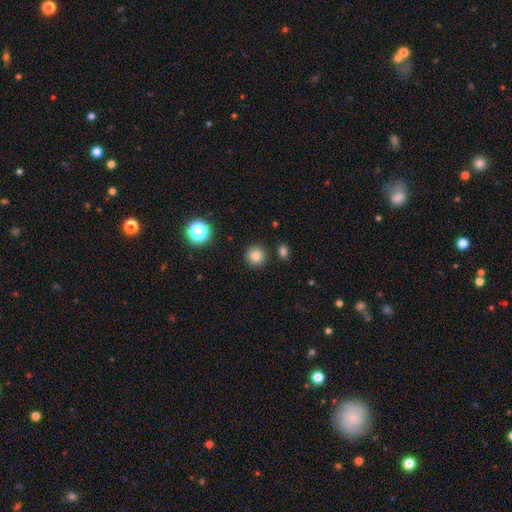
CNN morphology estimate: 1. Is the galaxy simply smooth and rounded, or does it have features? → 81% smooth, 13% star or artifact, 7% featured or disk.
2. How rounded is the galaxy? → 95% round, 4% in between, 1% cigar-shaped.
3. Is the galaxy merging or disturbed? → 90% none, 5% minor disturbance, 3% merger, 2% major disturbance.